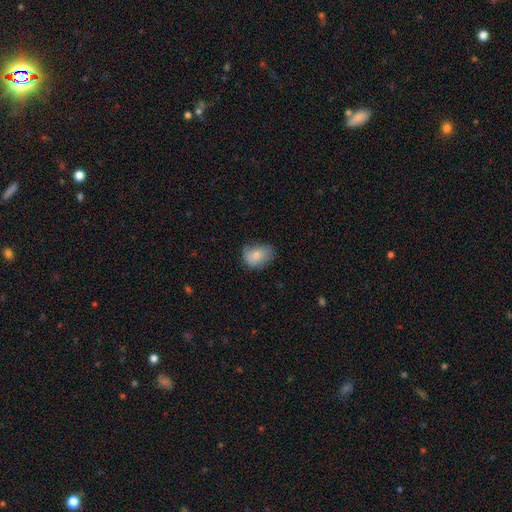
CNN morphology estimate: Smooth or featured? Predicted: smooth (p=0.78). How rounded? Predicted: in between (p=0.72). Merging? Predicted: none (p=0.50).